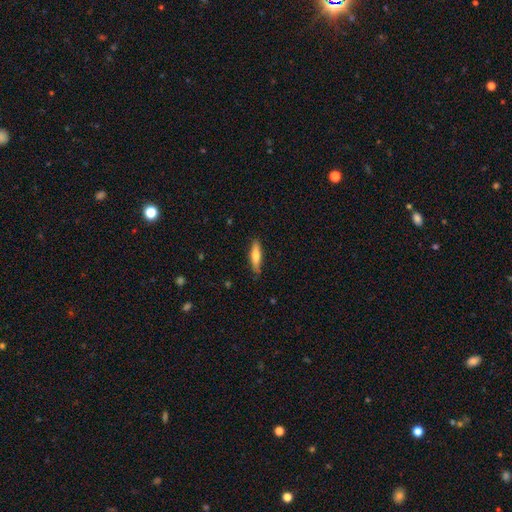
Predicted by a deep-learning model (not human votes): The model was most divided on "smooth or featured": smooth: 67%, featured or disk: 27%, star or artifact: 6%. More confident: merging — none (82%); how rounded — cigar-shaped (73%).